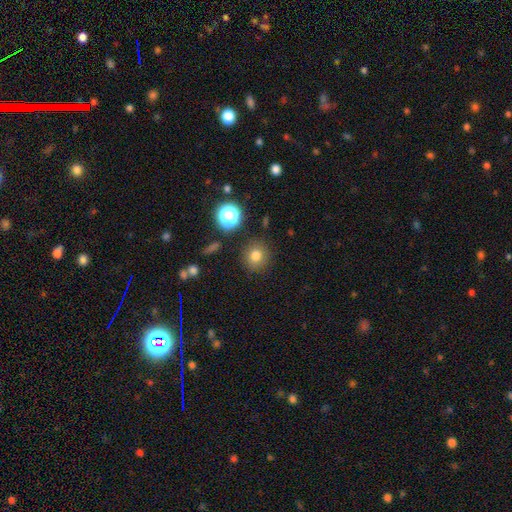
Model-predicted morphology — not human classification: Smooth or featured? Predicted: smooth (p=0.78). How rounded? Predicted: round (p=0.89). Merging? Predicted: none (p=0.87).